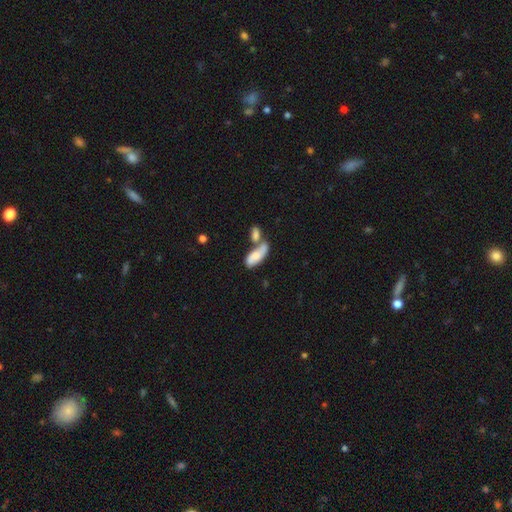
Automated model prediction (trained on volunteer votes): smooth 68%, featured or disk 25%, star or artifact 7%. Down the decision tree: how rounded — in between (80%); merging — merger (57%).